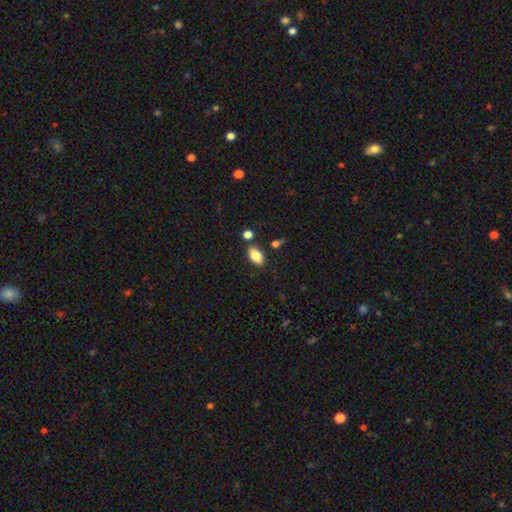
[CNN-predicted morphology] smooth-or-featured: smooth: 80% | featured or disk: 12% | star or artifact: 8%
  how-rounded: in between: 91% | round: 6% | cigar-shaped: 4%
  merging: none: 79% | minor disturbance: 11% | merger: 7% | major disturbance: 3%